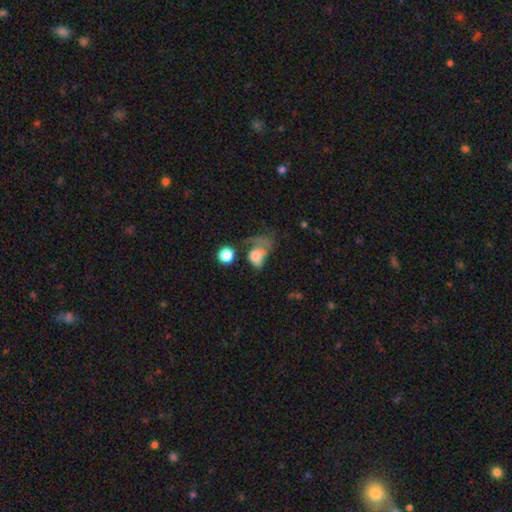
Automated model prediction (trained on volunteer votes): This is possibly a smooth galaxy (60%). How rounded: likely in between (64%). Merging: possibly major disturbance (51%).